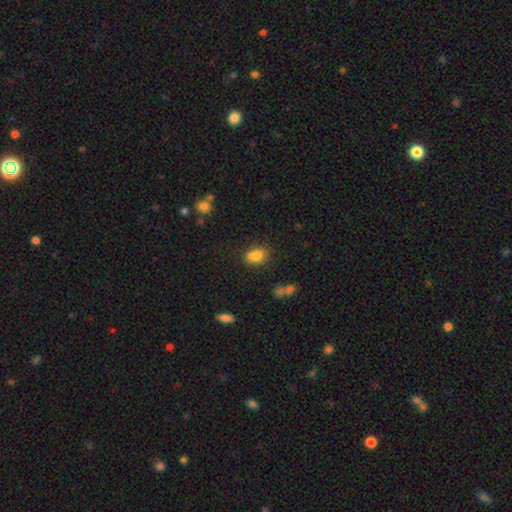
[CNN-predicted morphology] Smooth or featured? Predicted: smooth (p=0.79). How rounded? Predicted: in between (p=0.78). Merging? Predicted: none (p=0.58).